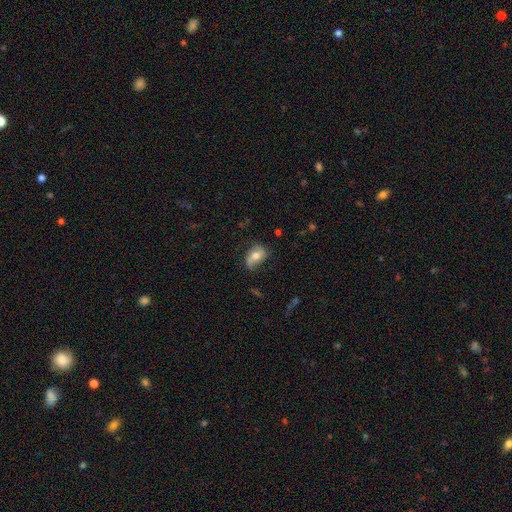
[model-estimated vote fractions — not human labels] smooth_or_featured: smooth (p=0.56) [alt: featured or disk p=0.35]
how_rounded: in between (p=0.78) [alt: round p=0.20]
merging: none (p=0.52) [alt: minor disturbance p=0.32]